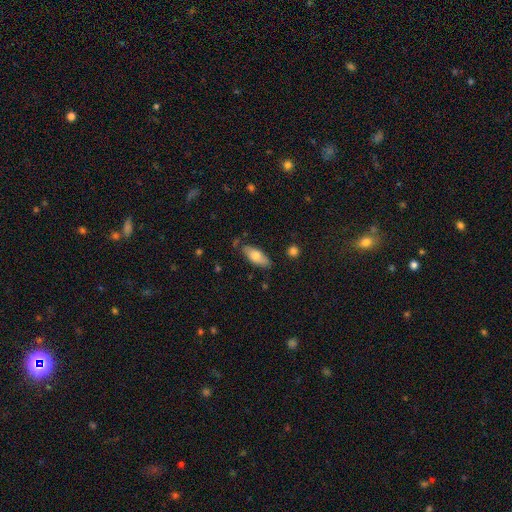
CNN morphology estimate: Smooth or featured? smooth (72%)
How rounded? in between (80%)
Merging? none (75%)